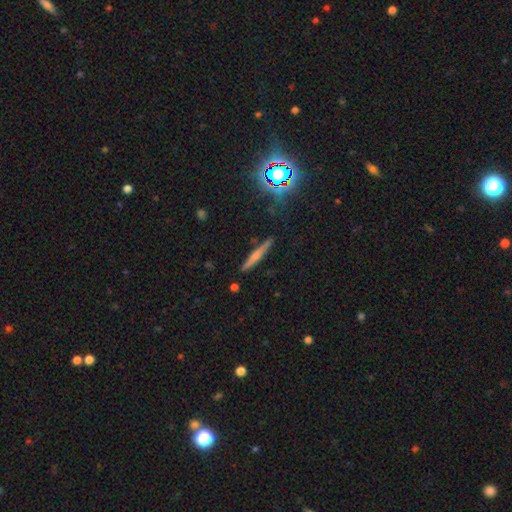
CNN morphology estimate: smooth-or-featured: smooth: 46% | featured or disk: 42% | star or artifact: 12%
  merging: none: 87% | minor disturbance: 9% | major disturbance: 2% | merger: 2%